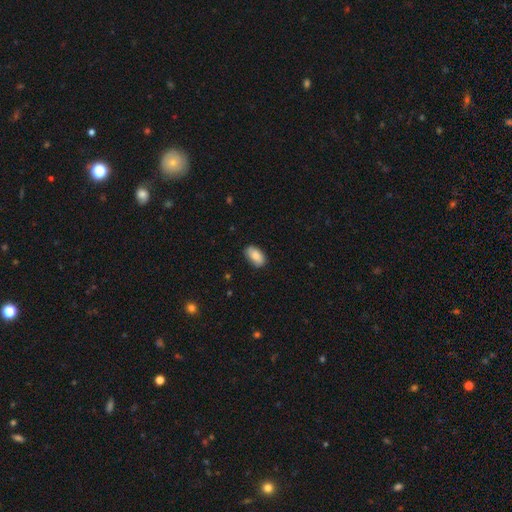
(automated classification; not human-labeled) Smooth or featured: smooth — 85% (featured or disk — 8%)
How rounded: in between — 94% (round — 4%)
Merging: none — 83% (minor disturbance — 14%)